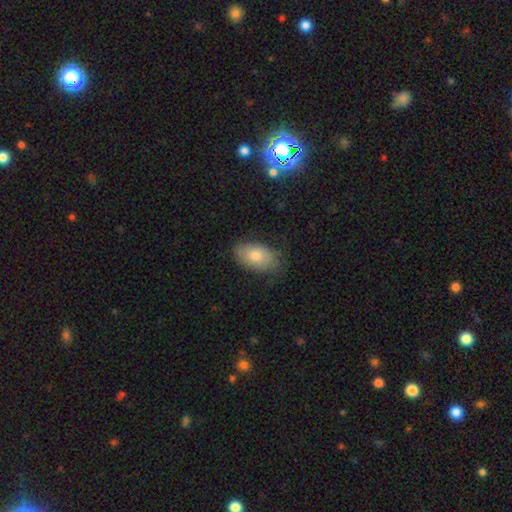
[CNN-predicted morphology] Smooth or featured? smooth (76%)
How rounded? in between (92%)
Merging? none (78%)